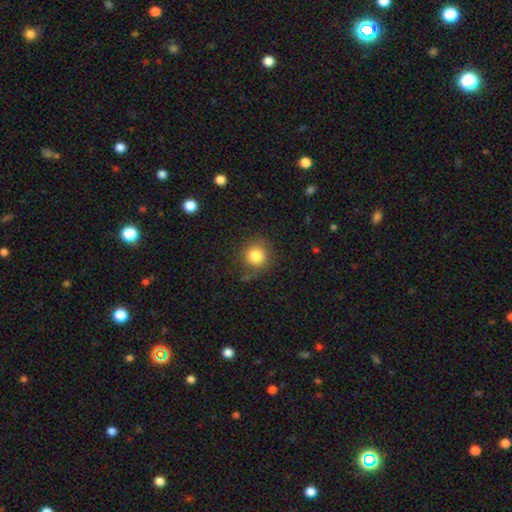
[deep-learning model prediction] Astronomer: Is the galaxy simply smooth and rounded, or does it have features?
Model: smooth — 83%.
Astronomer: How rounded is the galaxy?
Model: round — 93%.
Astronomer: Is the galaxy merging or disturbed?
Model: none — 82%.